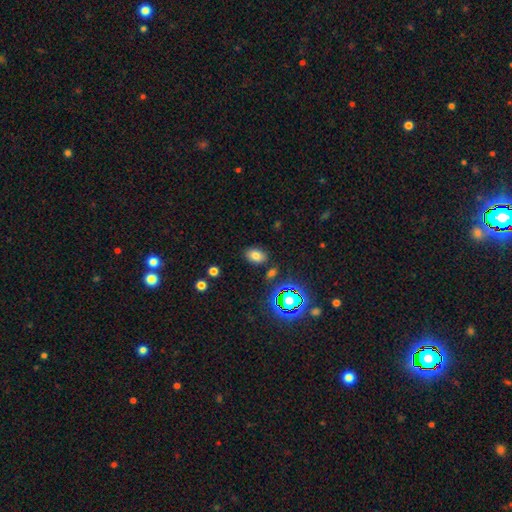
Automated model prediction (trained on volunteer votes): Smooth or featured?
  - smooth: 73% *
  - star or artifact: 18%
  - featured or disk: 8%
How rounded?
  - in between: 84% *
  - round: 14%
  - cigar-shaped: 1%
Merging?
  - none: 83% *
  - minor disturbance: 10%
  - merger: 4%
  - major disturbance: 3%